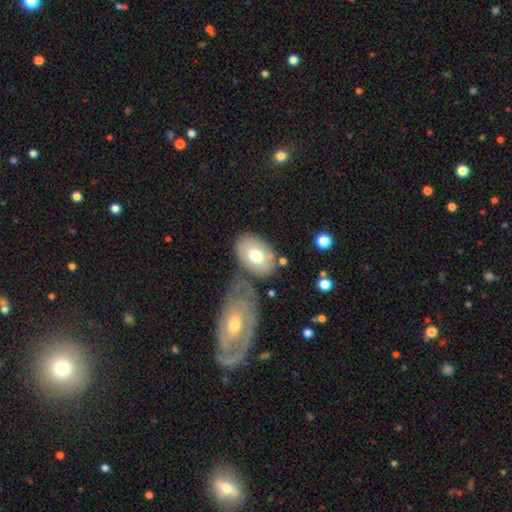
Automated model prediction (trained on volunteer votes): Smooth or featured? Predicted: smooth (p=0.67). How rounded? Predicted: in between (p=0.85). Merging? Predicted: none (p=0.66).